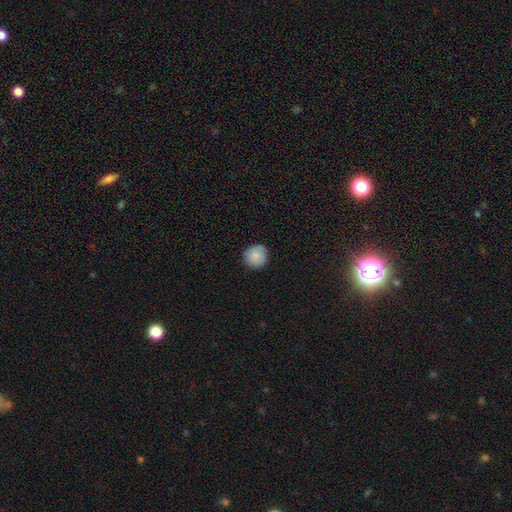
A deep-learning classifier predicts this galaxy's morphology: Q: Smooth or featured?
A: smooth (85%); runner-up: featured or disk (7%)
Q: How rounded?
A: round (91%); runner-up: in between (8%)
Q: Merging?
A: none (85%); runner-up: minor disturbance (12%)